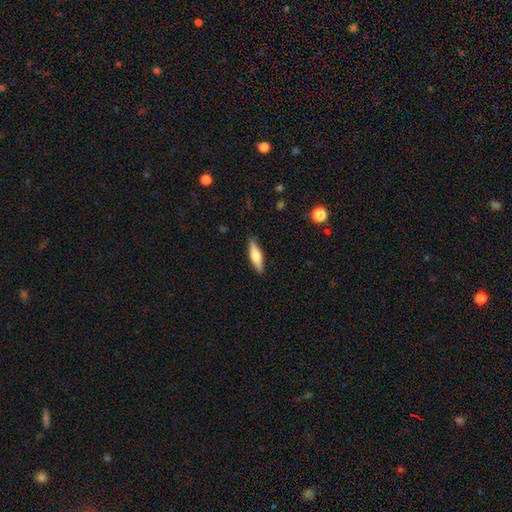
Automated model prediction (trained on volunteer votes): The model was most divided on "smooth or featured": smooth: 52%, featured or disk: 42%, star or artifact: 6%. More confident: merging — none (89%); how rounded — cigar-shaped (65%).